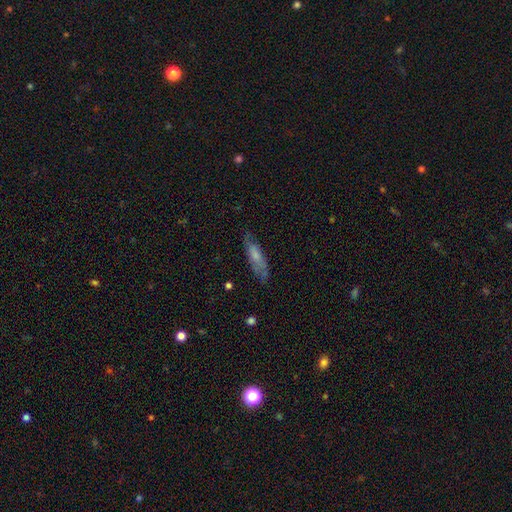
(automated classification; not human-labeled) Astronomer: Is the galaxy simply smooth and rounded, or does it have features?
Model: smooth — 57% (runner-up: featured or disk, 36%).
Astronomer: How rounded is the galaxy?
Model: cigar-shaped — 59% (runner-up: in between, 39%).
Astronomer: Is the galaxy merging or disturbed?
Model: none — 65%.